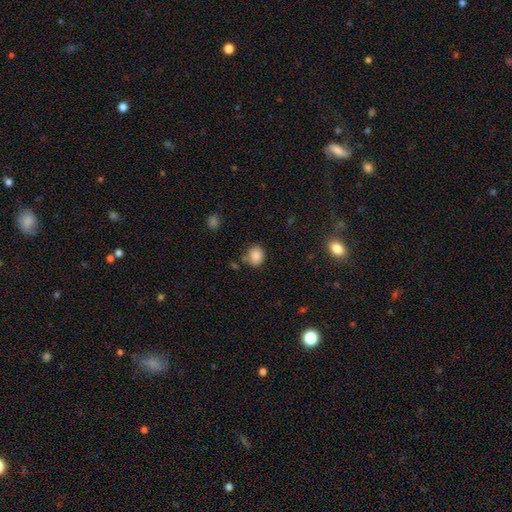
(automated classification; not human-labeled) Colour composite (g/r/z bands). It shows a smooth galaxy with no disk features (85%) that is round (55%). Merging: none (70%).